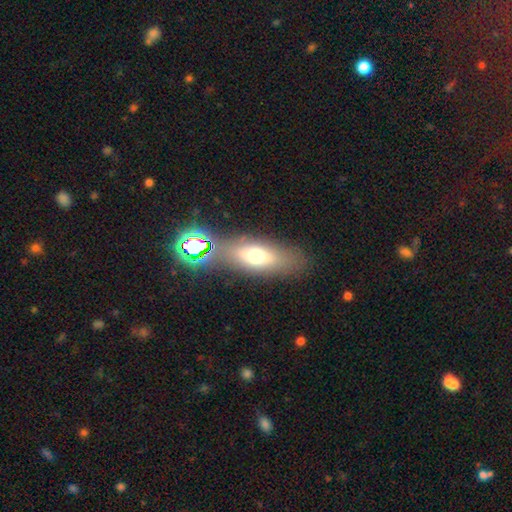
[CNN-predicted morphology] type=smooth (63%); roundness=in between (69%); merging=none (66%).